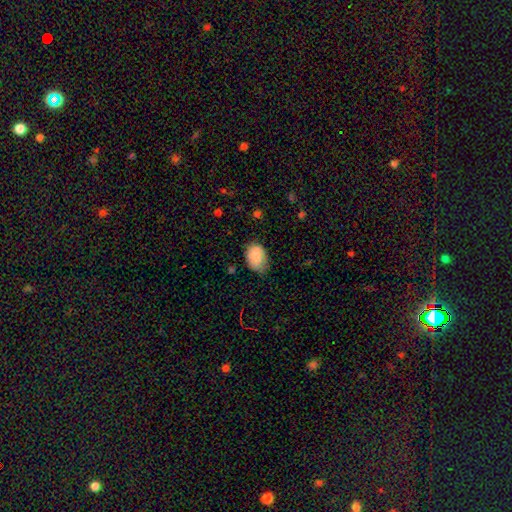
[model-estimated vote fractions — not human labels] The model was most divided on "merging": none: 63%, minor disturbance: 30%, major disturbance: 6%, merger: 1%. More confident: smooth or featured — smooth (84%); how rounded — in between (82%).